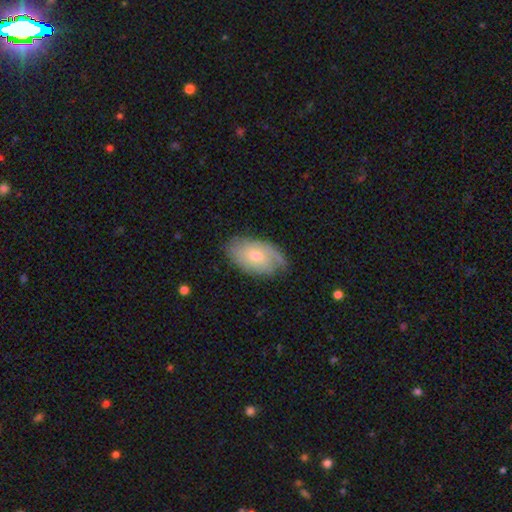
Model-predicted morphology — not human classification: type=featured or disk (51%); edge-on=no (92%); merging=none (70%).